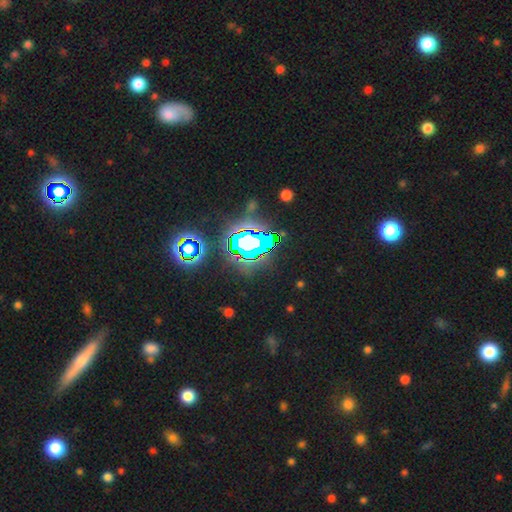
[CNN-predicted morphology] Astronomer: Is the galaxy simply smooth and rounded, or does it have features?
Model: star or artifact — 80%.